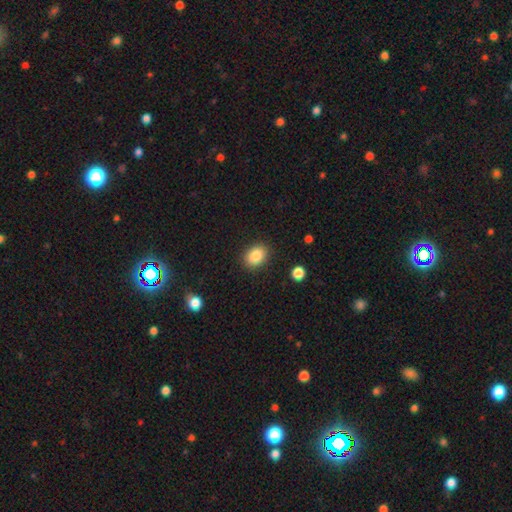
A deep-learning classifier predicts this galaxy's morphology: Smooth or featured: smooth — 86% (star or artifact — 9%)
How rounded: in between — 70% (round — 29%)
Merging: none — 87% (minor disturbance — 9%)